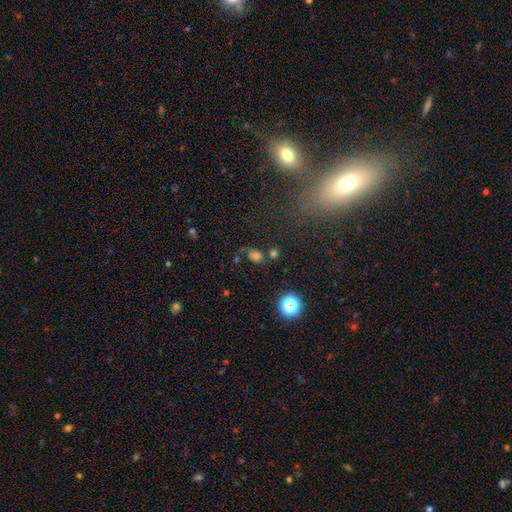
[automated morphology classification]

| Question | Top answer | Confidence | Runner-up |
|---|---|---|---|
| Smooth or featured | smooth | 62% | star or artifact (22%) |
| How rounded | round | 50% | in between (49%) |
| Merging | none | 47% | minor disturbance (20%) |